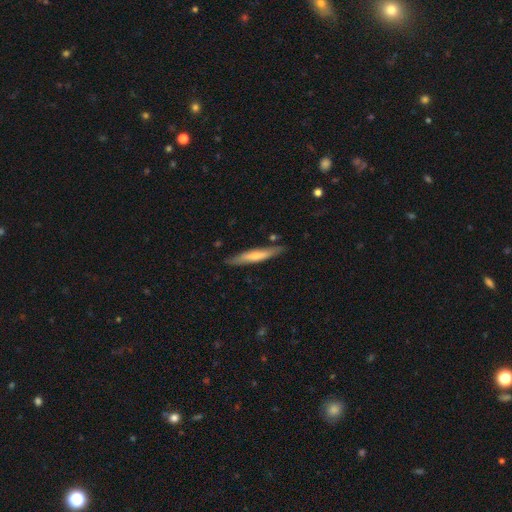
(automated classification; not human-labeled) Smooth or featured: smooth — 53% (featured or disk — 41%)
How rounded: cigar-shaped — 90% (in between — 9%)
Merging: none — 83% (minor disturbance — 13%)